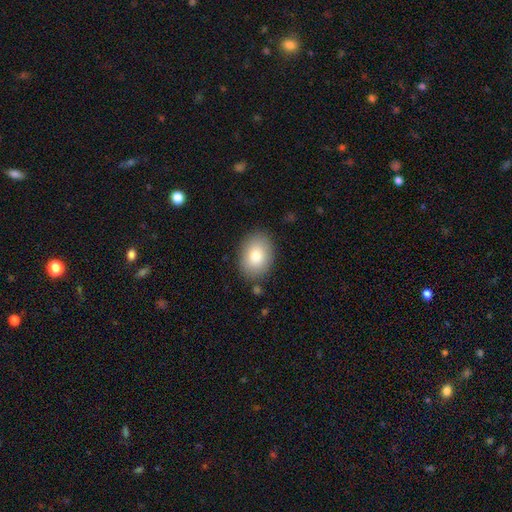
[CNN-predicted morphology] Smooth or featured?
  - smooth: 80% *
  - featured or disk: 12%
  - star or artifact: 8%
How rounded?
  - in between: 69% *
  - round: 30%
  - cigar-shaped: 1%
Merging?
  - none: 85% *
  - minor disturbance: 10%
  - major disturbance: 3%
  - merger: 2%